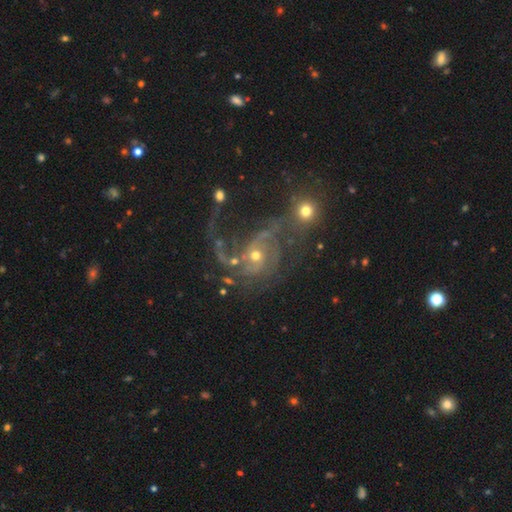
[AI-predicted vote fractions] Q: Smooth or featured?
A: featured or disk (82%); runner-up: star or artifact (10%)
Q: Edge-on disk?
A: no (97%); runner-up: yes (3%)
Q: Bar?
A: no (70%); runner-up: weak (24%)
Q: Spiral arms?
A: yes (93%); runner-up: no (7%)
Q: Spiral winding?
A: medium (43%); runner-up: loose (32%)
Q: Spiral arm count?
A: 2 (37%); runner-up: can't tell (20%)
Q: Bulge size?
A: small (54%); runner-up: moderate (40%)
Q: Merging?
A: major disturbance (34%); runner-up: none (30%)